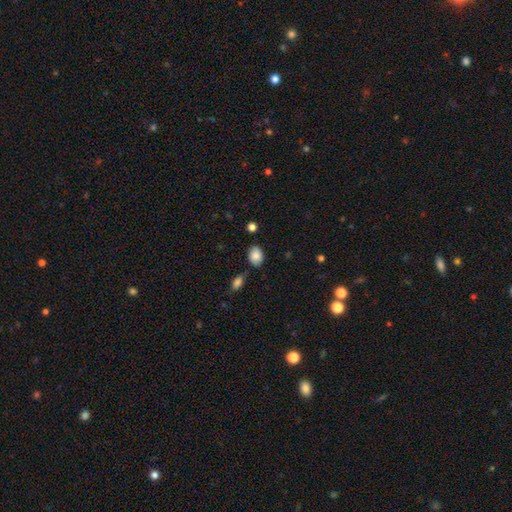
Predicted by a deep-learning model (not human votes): smooth_or_featured: smooth (p=0.86) [alt: star or artifact p=0.08]
how_rounded: in between (p=0.72) [alt: round p=0.26]
merging: none (p=0.73) [alt: minor disturbance p=0.18]